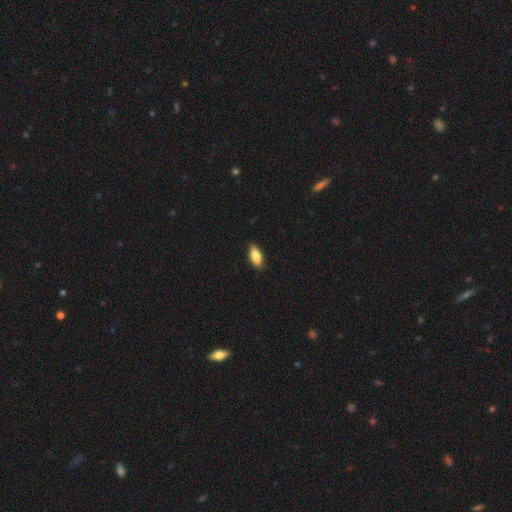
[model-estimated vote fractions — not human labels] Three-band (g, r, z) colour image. It shows a smooth galaxy with no disk features (84%) that is in between round and cigar-shaped (86%). Merging: none (88%).